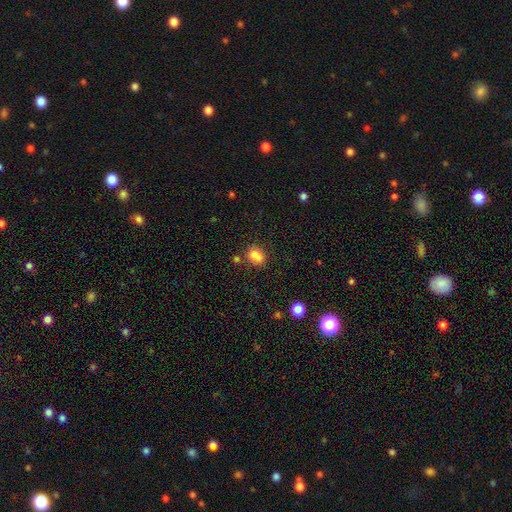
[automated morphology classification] Smooth or featured?
  - smooth: 79% *
  - star or artifact: 12%
  - featured or disk: 10%
How rounded?
  - in between: 62% *
  - round: 37%
  - cigar-shaped: 2%
Merging?
  - none: 52% *
  - merger: 27%
  - minor disturbance: 16%
  - major disturbance: 5%